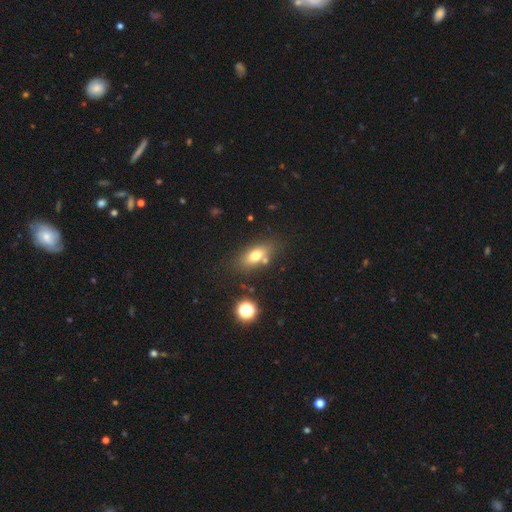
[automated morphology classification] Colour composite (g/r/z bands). It shows a smooth galaxy with no disk features (71%) that is in between round and cigar-shaped (78%). Merging: none (71%).